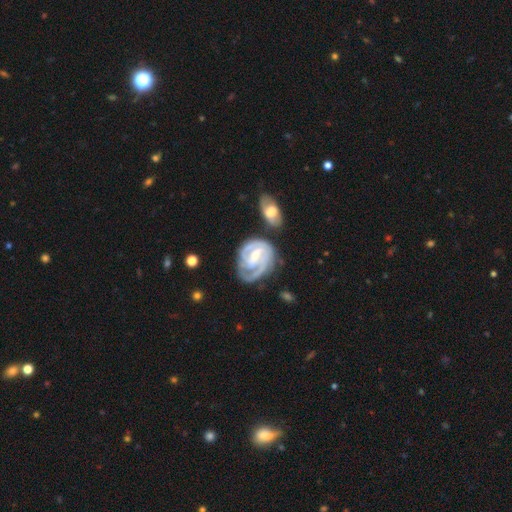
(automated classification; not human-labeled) Morphology: type=featured or disk (86%); edge-on=no (97%); bar=weak (50%); spiral arms=yes (95%); winding=tight (64%); arm count=2 (47%); bulge=moderate (47%); merging=none (55%).